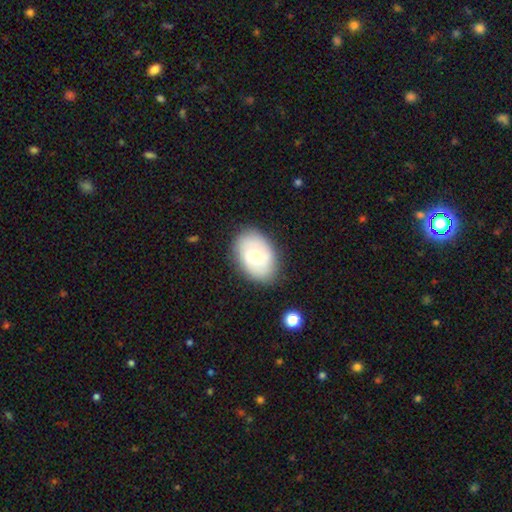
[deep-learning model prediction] This appears to be a smooth galaxy with no disk features (52%) that is in between round and cigar-shaped (81%). Merging: none (80%).